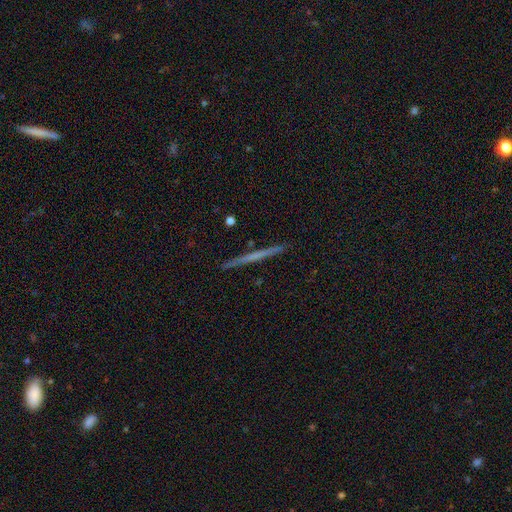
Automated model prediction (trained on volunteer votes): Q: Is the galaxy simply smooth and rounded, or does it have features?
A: featured or disk — 55%.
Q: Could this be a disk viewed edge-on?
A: yes — 98%.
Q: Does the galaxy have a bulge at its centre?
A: none — 89%.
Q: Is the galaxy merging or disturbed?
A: none — 92%.